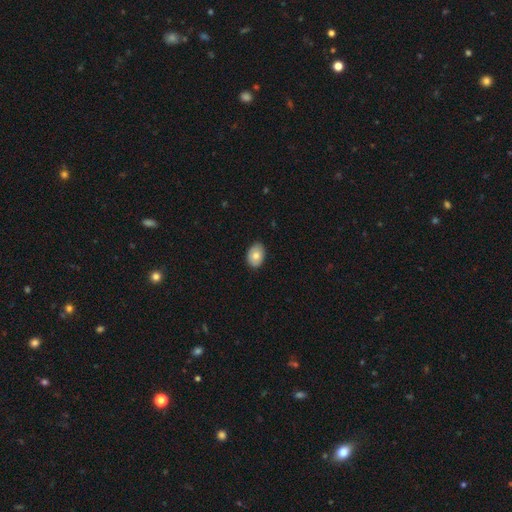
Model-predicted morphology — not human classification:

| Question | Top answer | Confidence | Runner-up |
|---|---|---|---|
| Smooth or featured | smooth | 79% | featured or disk (14%) |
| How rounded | in between | 78% | round (21%) |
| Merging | none | 88% | minor disturbance (10%) |